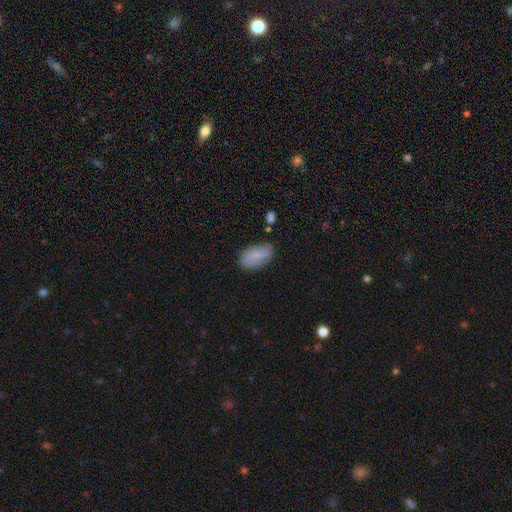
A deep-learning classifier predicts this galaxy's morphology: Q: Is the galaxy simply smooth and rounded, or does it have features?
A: smooth — 70%.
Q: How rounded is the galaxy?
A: in between — 91%.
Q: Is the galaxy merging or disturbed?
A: none — 72%.